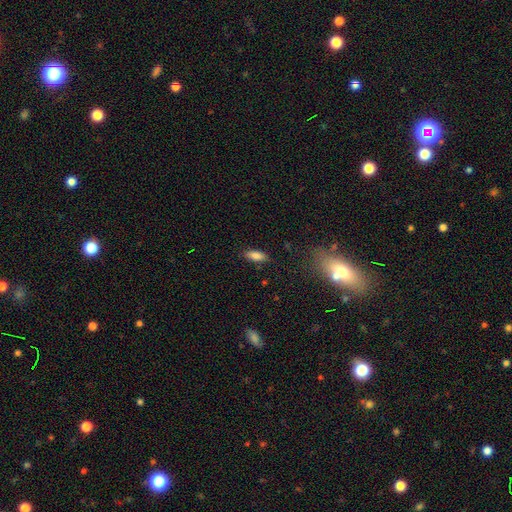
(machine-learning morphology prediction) This is clearly a smooth galaxy (82%). How rounded: likely in between (72%). Merging: clearly none (84%).